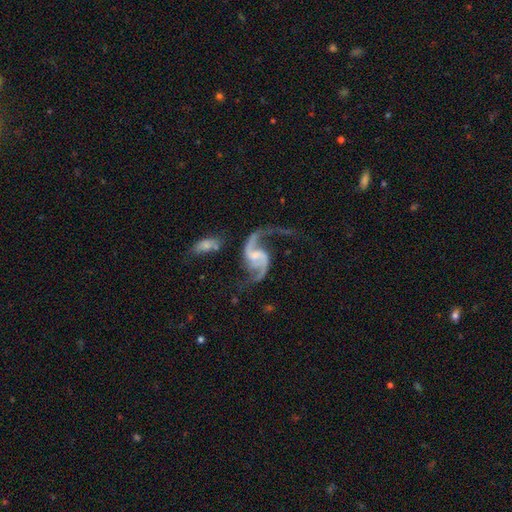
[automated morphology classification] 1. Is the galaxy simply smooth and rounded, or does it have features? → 92% featured or disk, 4% star or artifact, 4% smooth.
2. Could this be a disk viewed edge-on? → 98% no, 2% yes.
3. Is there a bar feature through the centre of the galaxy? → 49% weak, 35% no, 16% strong.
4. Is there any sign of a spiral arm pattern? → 97% yes, 3% no.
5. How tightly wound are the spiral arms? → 75% loose, 21% medium, 4% tight.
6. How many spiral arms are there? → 92% 2, 3% 1, 2% can't tell, 1% 3, 1% 4, 1% more than 4.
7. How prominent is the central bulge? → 36% small, 34% none, 24% moderate, 5% large, 2% dominant.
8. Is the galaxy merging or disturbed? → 54% none, 21% major disturbance, 17% minor disturbance, 8% merger.